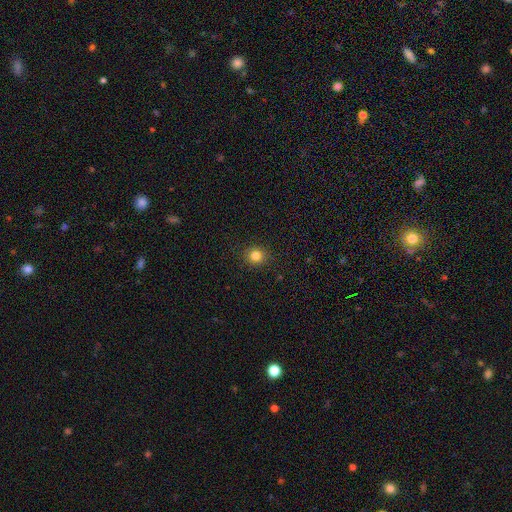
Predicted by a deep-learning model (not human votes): smooth_or_featured: smooth (p=0.82) [alt: star or artifact p=0.13]
how_rounded: round (p=0.91) [alt: in between p=0.08]
merging: none (p=0.91) [alt: minor disturbance p=0.06]